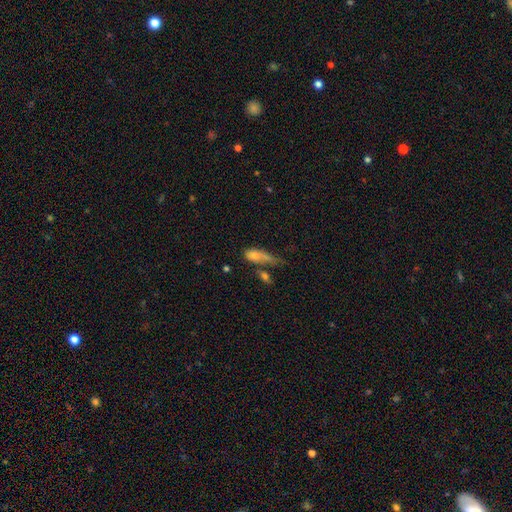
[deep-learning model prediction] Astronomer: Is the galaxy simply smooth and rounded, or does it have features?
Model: smooth — 73%.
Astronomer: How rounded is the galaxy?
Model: in between — 72%.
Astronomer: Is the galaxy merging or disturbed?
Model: merger — 28%, tied with none at 28%.